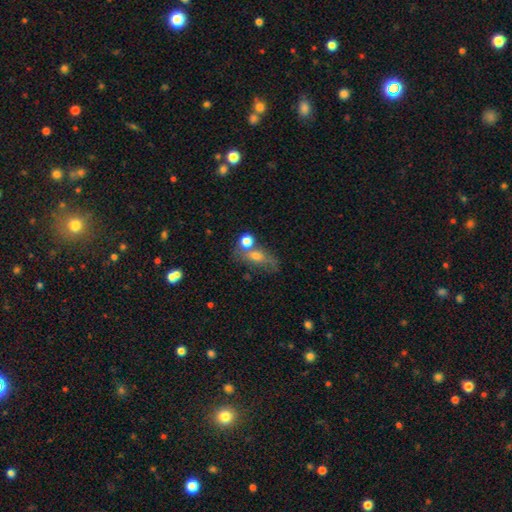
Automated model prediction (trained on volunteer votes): Smooth or featured: smooth — 55% (featured or disk — 29%)
How rounded: in between — 64% (round — 24%)
Merging: none — 41% (merger — 24%)